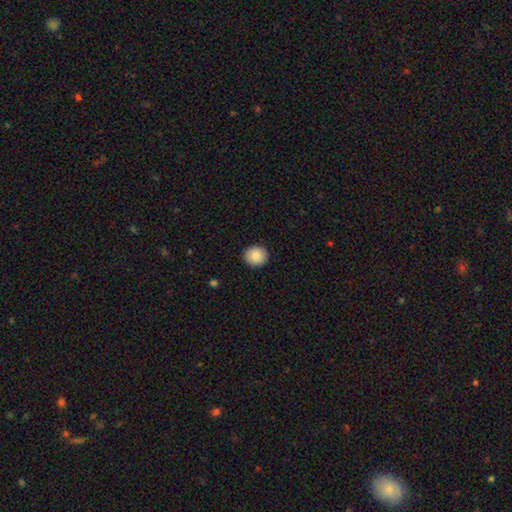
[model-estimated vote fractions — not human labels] This appears to be a smooth galaxy with no disk features (87%) that is round (85%). Merging: none (92%).